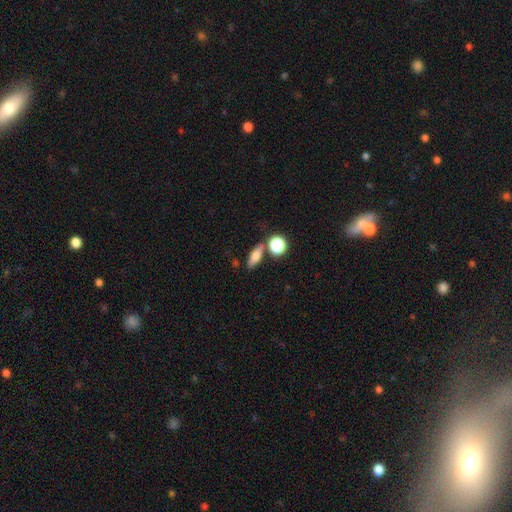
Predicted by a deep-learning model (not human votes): Q: Smooth or featured?
A: smooth (70%); runner-up: featured or disk (19%)
Q: How rounded?
A: in between (57%); runner-up: cigar-shaped (31%)
Q: Merging?
A: none (74%); runner-up: merger (12%)